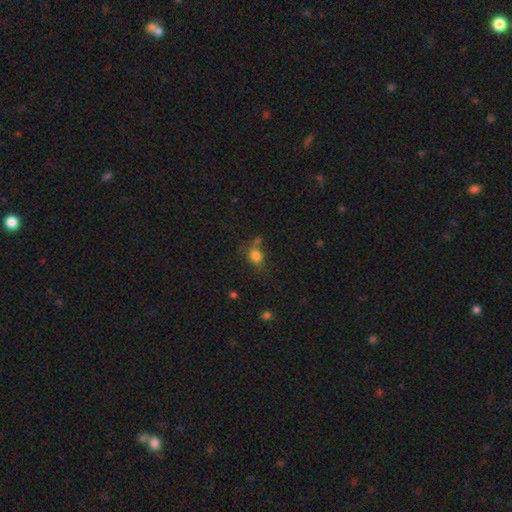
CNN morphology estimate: smooth_or_featured: smooth (p=0.78) [alt: star or artifact p=0.13]
how_rounded: round (p=0.52) [alt: in between p=0.46]
merging: none (p=0.50) [alt: minor disturbance p=0.21]